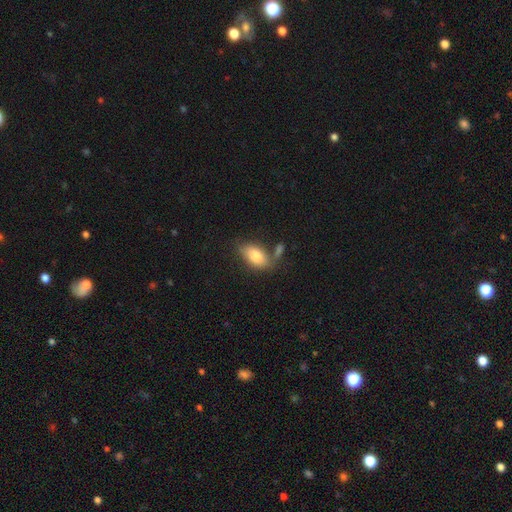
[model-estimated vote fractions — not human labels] Morphology: type=smooth (80%); roundness=in between (91%); merging=none (58%).